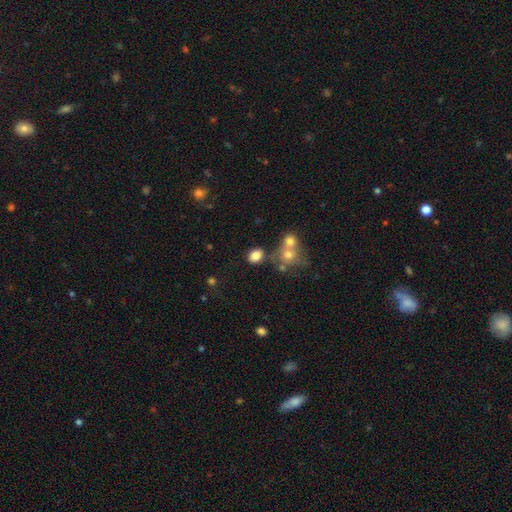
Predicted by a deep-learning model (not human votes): Q: Smooth or featured?
A: smooth (81%); runner-up: star or artifact (11%)
Q: How rounded?
A: in between (62%); runner-up: round (37%)
Q: Merging?
A: none (62%); runner-up: merger (18%)